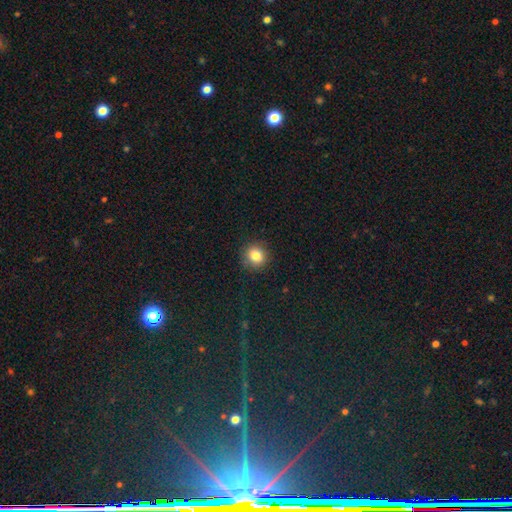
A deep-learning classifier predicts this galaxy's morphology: This is clearly a smooth galaxy (83%). How rounded: clearly round (86%). Merging: clearly none (89%).